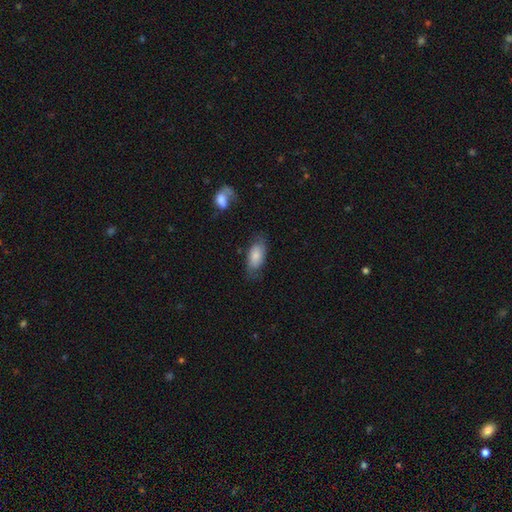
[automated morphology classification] smooth-or-featured: smooth: 76% | featured or disk: 17% | star or artifact: 7%
  how-rounded: in between: 90% | cigar-shaped: 7% | round: 3%
  merging: none: 67% | minor disturbance: 22% | major disturbance: 8% | merger: 3%